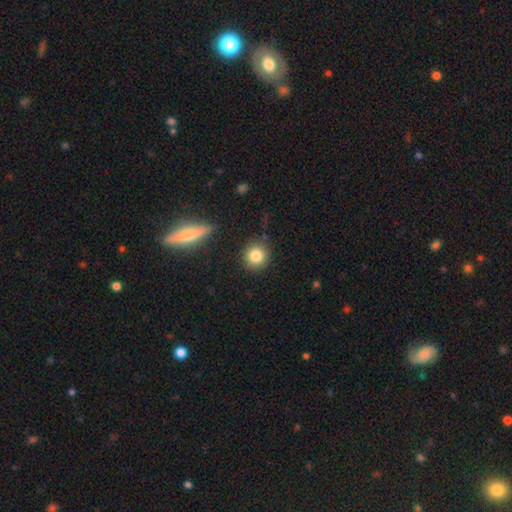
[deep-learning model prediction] Morphology: type=smooth (83%); roundness=round (90%); merging=none (85%).